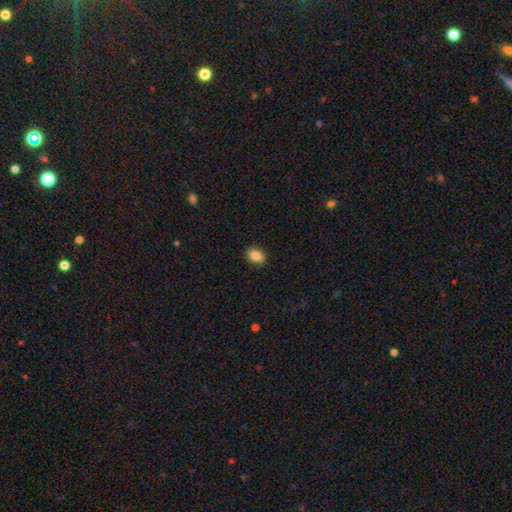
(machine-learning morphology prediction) Q: Smooth or featured?
A: smooth (88%); runner-up: star or artifact (8%)
Q: How rounded?
A: in between (85%); runner-up: round (13%)
Q: Merging?
A: none (87%); runner-up: minor disturbance (10%)